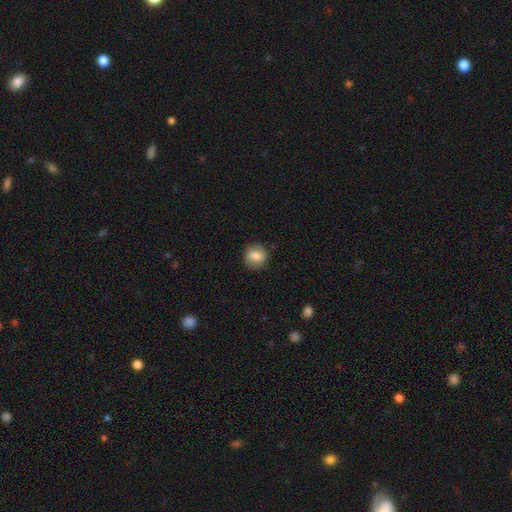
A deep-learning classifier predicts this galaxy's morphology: This appears to be a smooth galaxy with no disk features (77%) that is round (77%). Merging: none (83%).